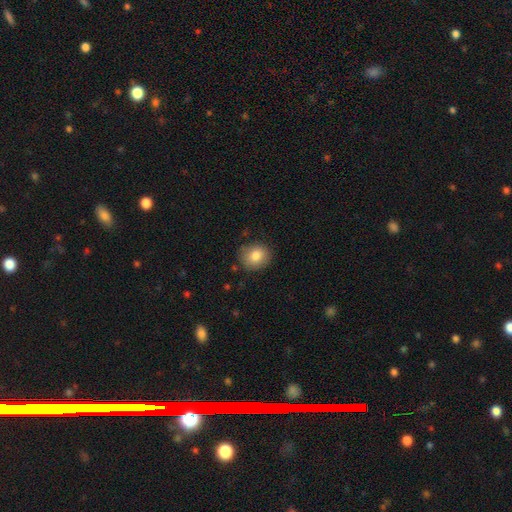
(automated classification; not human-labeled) smooth 83%, star or artifact 9%, featured or disk 8%. Down the decision tree: how rounded — round (72%); merging — none (82%).